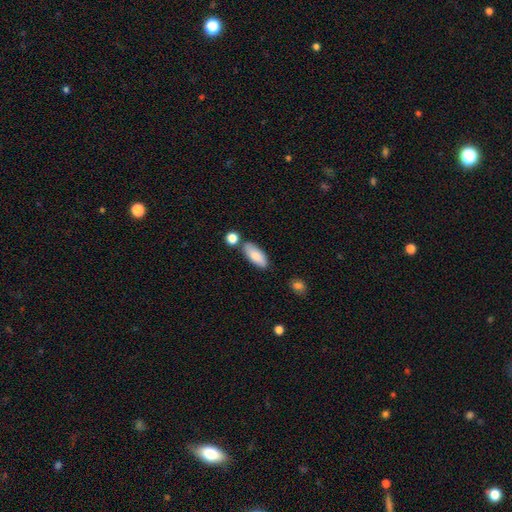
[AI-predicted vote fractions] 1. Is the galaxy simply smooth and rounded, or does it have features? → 80% smooth, 13% featured or disk, 6% star or artifact.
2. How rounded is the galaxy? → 84% in between, 14% cigar-shaped, 2% round.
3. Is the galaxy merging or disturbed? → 74% none, 13% minor disturbance, 10% merger, 3% major disturbance.